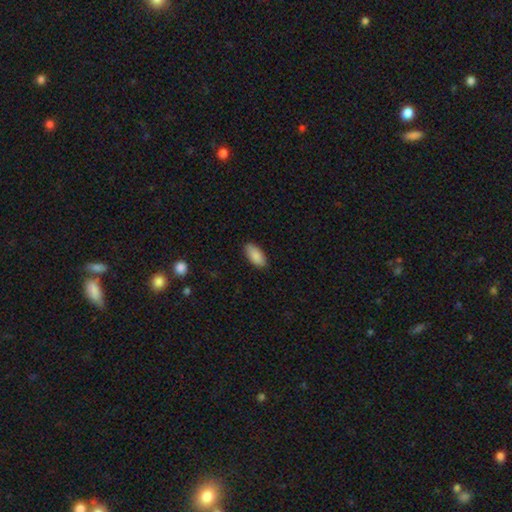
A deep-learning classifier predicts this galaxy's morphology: smooth_or_featured: smooth (p=0.89) [alt: star or artifact p=0.06]
how_rounded: in between (p=0.92) [alt: cigar-shaped p=0.06]
merging: none (p=0.87) [alt: minor disturbance p=0.10]